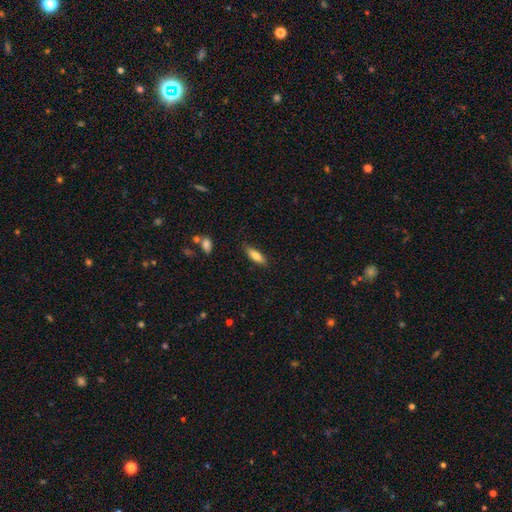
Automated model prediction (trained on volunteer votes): Smooth or featured? smooth (74%)
How rounded? in between (50%)
Merging? none (83%)